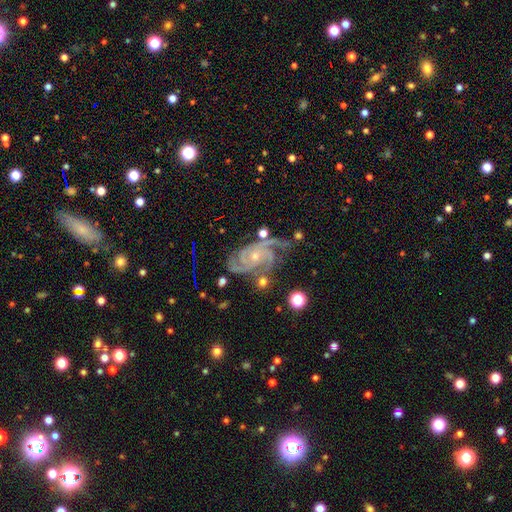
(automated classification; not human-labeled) Smooth or featured: featured or disk — 92% (star or artifact — 5%)
Edge-on disk: no — 98% (yes — 2%)
Bar: no — 70% (weak — 21%)
Spiral arms: yes — 99% (no — 1%)
Spiral winding: tight — 66% (medium — 30%)
Spiral arm count: 3 — 49% (4 — 24%)
Bulge size: small — 67% (moderate — 30%)
Merging: none — 65% (minor disturbance — 21%)